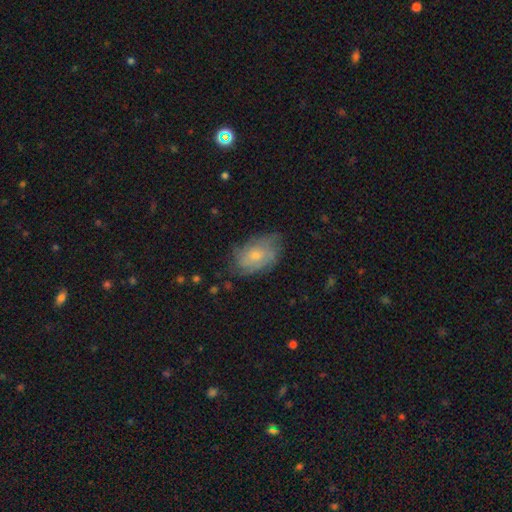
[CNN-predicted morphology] This is possibly a smooth galaxy (46%). Merging: likely none (65%).